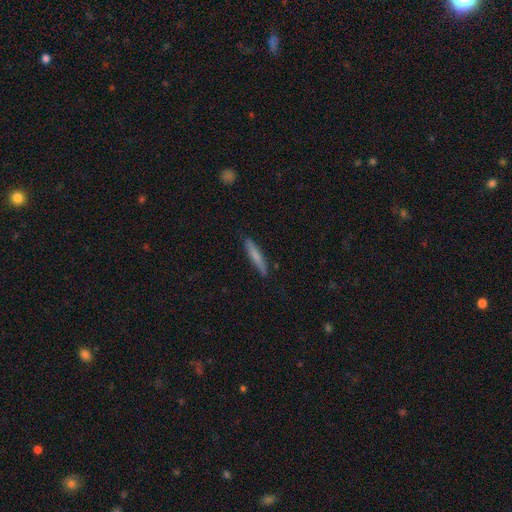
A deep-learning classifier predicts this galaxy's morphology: smooth-or-featured: smooth: 69% | featured or disk: 25% | star or artifact: 6%
  how-rounded: cigar-shaped: 93% | in between: 5% | round: 1%
  merging: none: 88% | minor disturbance: 9% | major disturbance: 2% | merger: 1%